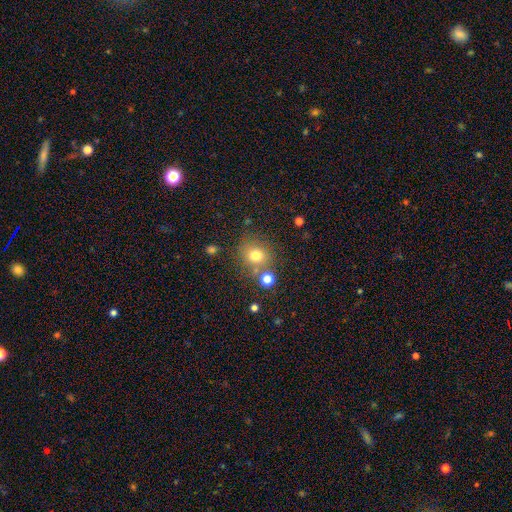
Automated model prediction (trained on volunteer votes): smooth_or_featured: smooth (p=0.74) [alt: star or artifact p=0.16]
how_rounded: round (p=0.83) [alt: in between p=0.16]
merging: none (p=0.69) [alt: merger p=0.14]